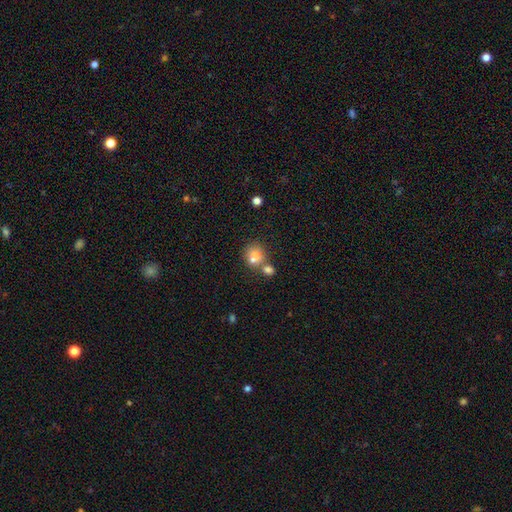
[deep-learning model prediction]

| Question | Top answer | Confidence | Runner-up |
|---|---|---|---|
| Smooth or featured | smooth | 75% | featured or disk (13%) |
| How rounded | round | 66% | in between (33%) |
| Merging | merger | 43% | none (41%) |